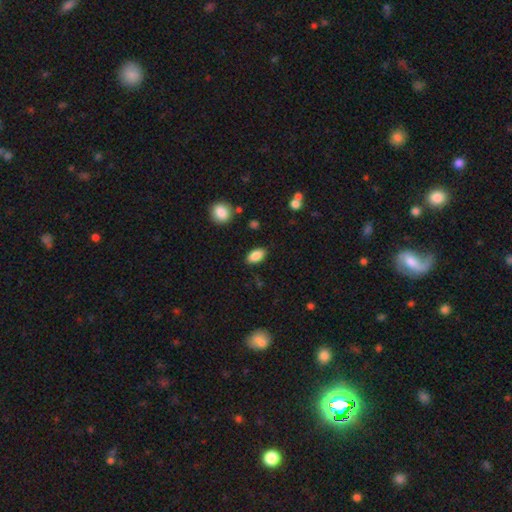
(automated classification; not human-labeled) Overall: smooth (86%). How rounded: in between (91%). Merging: none (86%).